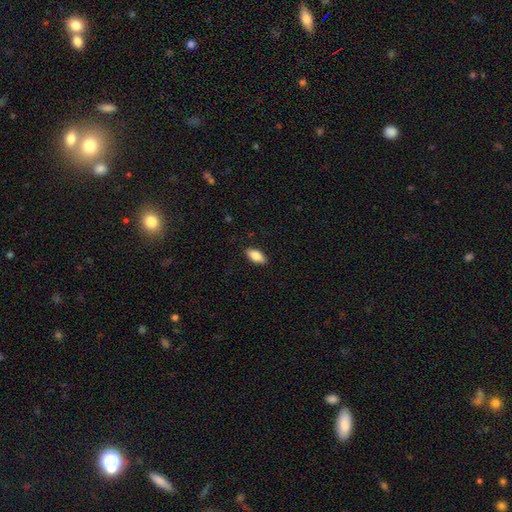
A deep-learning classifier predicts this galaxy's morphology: A smooth galaxy with no disk features (83%) that is in between round and cigar-shaped (88%). Merging: none (88%).